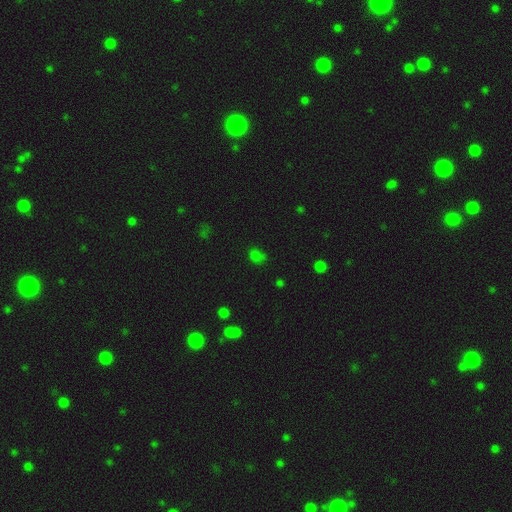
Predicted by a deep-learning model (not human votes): smooth 67%, star or artifact 27%, featured or disk 6%. Down the decision tree: how rounded — in between (50%); merging — none (66%).